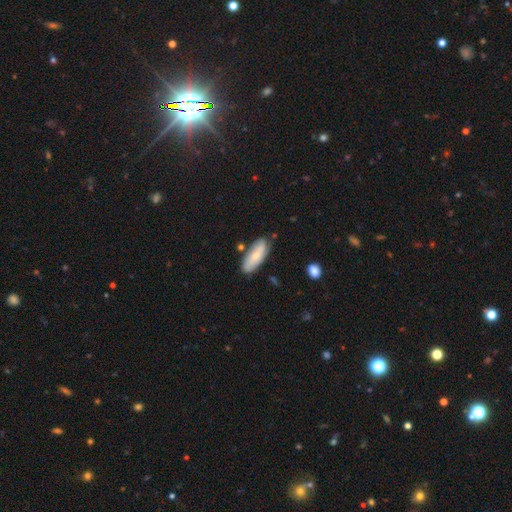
Smooth or featured: smooth — 68% (featured or disk — 24%)
How rounded: in between — 69% (cigar-shaped — 27%)
Merging: none — 71% (minor disturbance — 26%)